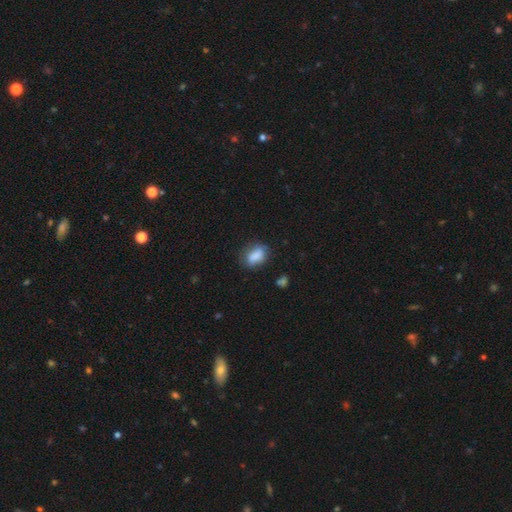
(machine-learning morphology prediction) This appears to be a smooth galaxy with no disk features (82%) that is in between round and cigar-shaped (79%). Merging: none (68%).